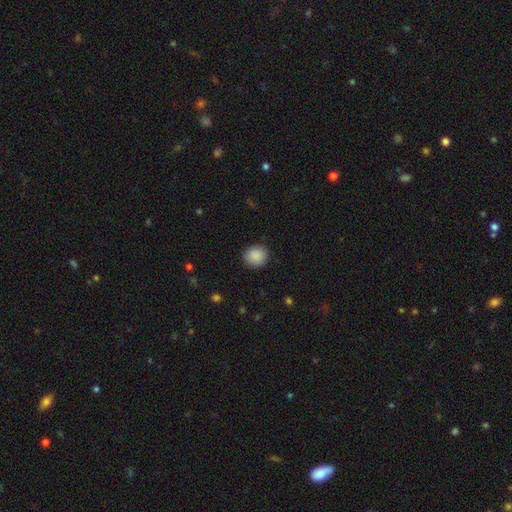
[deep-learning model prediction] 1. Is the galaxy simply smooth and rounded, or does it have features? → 89% smooth, 8% star or artifact, 3% featured or disk.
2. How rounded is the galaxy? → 81% round, 18% in between, 1% cigar-shaped.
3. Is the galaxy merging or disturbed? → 89% none, 8% minor disturbance, 2% major disturbance, 1% merger.